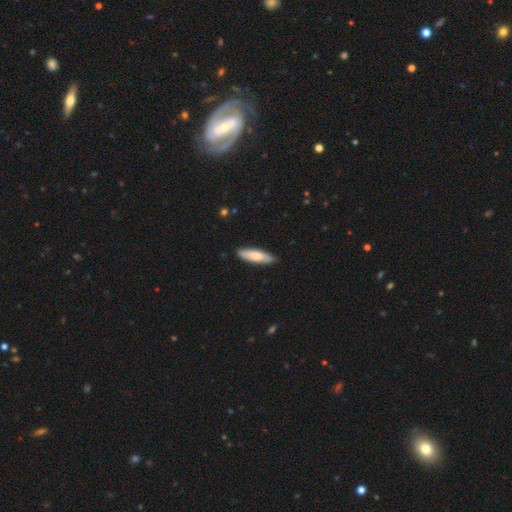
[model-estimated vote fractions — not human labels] Q: Smooth or featured?
A: smooth (70%); runner-up: featured or disk (24%)
Q: How rounded?
A: cigar-shaped (66%); runner-up: in between (32%)
Q: Merging?
A: none (87%); runner-up: minor disturbance (10%)